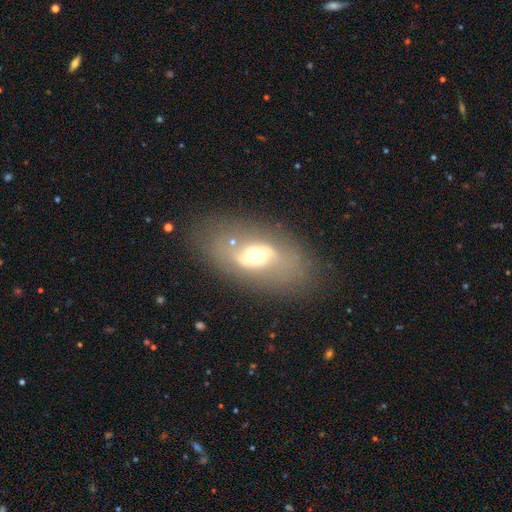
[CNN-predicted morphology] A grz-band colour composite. It shows a featured or disk galaxy (60%) with a weak bar (39%), no spiral arms (52%) and a moderate central bulge (60%). Merging: none (73%).